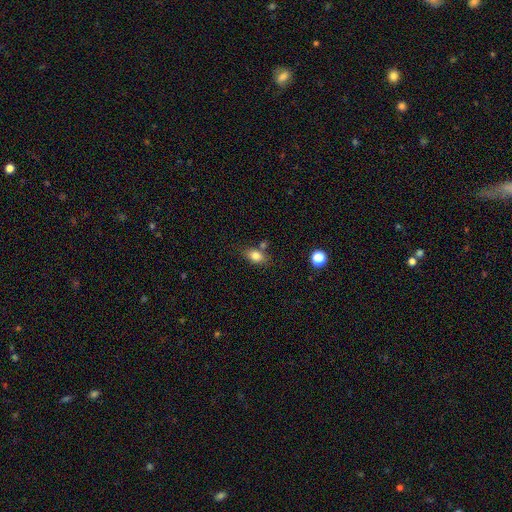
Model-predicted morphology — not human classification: type=smooth (81%); roundness=in between (77%); merging=none (67%).